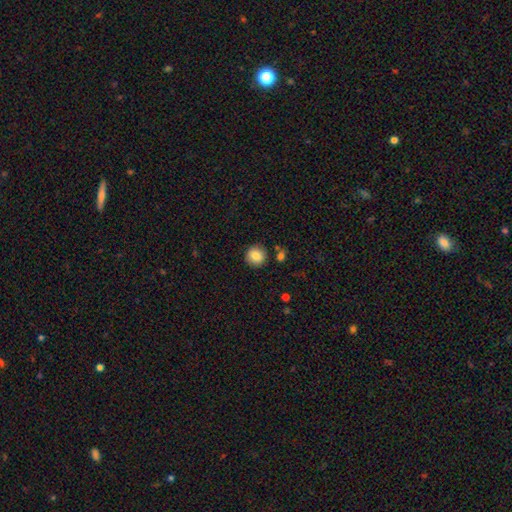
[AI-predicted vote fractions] Smooth or featured: smooth — 85% (star or artifact — 9%)
How rounded: round — 92% (in between — 7%)
Merging: none — 88% (minor disturbance — 7%)